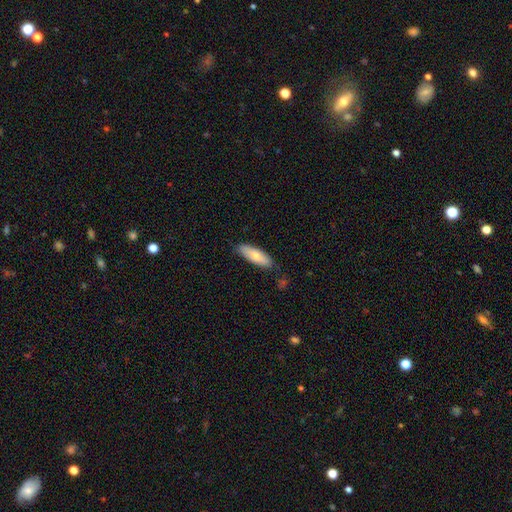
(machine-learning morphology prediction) A smooth galaxy with no disk features (74%) that is in between round and cigar-shaped (60%).

Vote fractions:
- Smooth or featured? smooth: 74% / featured or disk: 20% / star or artifact: 6%
- How rounded? in between: 60% / cigar-shaped: 39% / round: 2%
- Merging? none: 81% / minor disturbance: 15% / major disturbance: 2% / merger: 2%